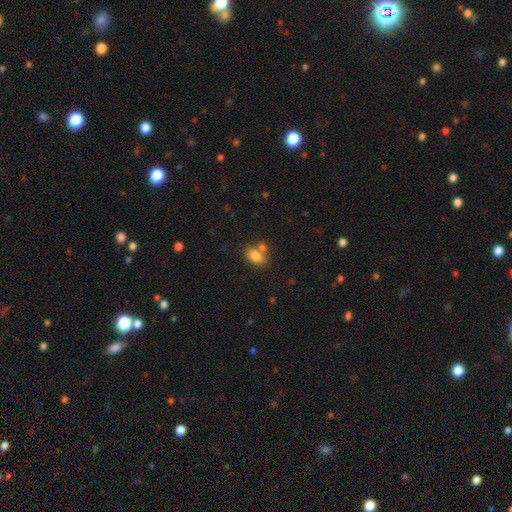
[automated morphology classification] Smooth or featured? Predicted: smooth (p=0.81). How rounded? Predicted: in between (p=0.84). Merging? Predicted: none (p=0.55).